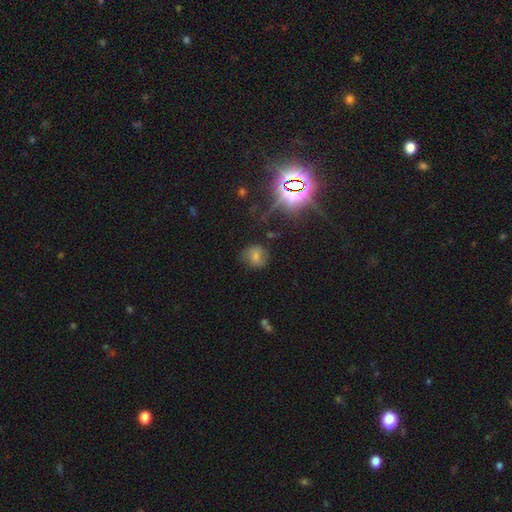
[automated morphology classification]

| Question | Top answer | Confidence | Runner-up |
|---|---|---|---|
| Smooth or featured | smooth | 61% | featured or disk (19%) |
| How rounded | round | 71% | in between (27%) |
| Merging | none | 71% | minor disturbance (19%) |